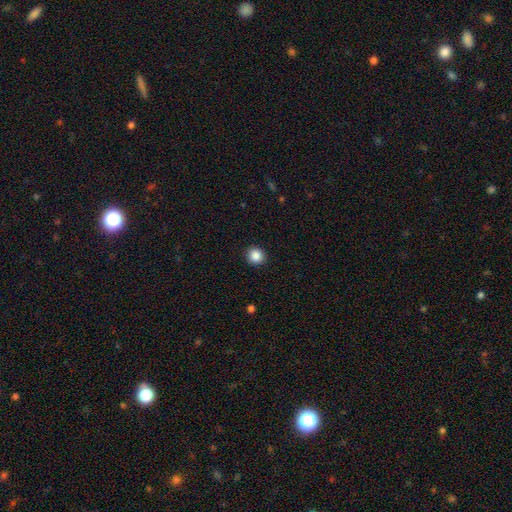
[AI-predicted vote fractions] Smooth or featured? smooth (87%)
How rounded? round (89%)
Merging? none (91%)